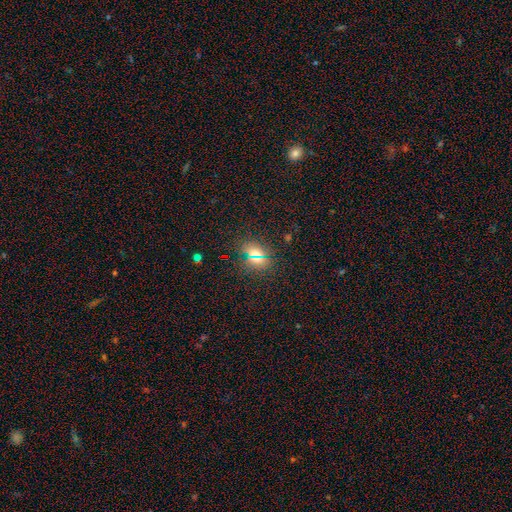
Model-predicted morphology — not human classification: Smooth or featured? Predicted: smooth (p=0.59). How rounded? Predicted: in between (p=0.48, tied with round). Merging? Predicted: none (p=0.84).